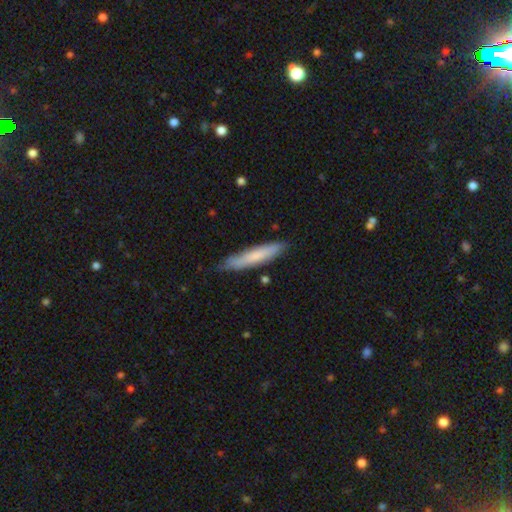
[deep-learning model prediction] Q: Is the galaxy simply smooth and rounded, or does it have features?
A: smooth — 70%.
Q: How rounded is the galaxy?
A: cigar-shaped — 90%.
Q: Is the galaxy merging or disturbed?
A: none — 80%.